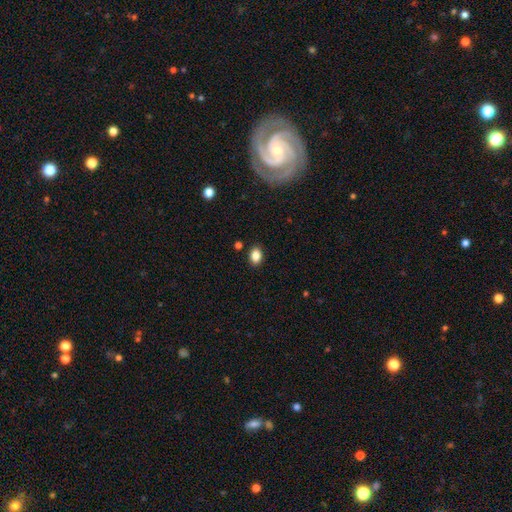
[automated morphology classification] A smooth galaxy with no disk features (85%) that is in between round and cigar-shaped (77%). Merging: none (88%).